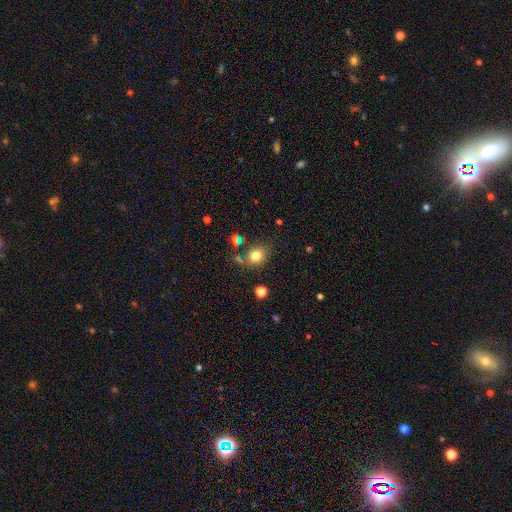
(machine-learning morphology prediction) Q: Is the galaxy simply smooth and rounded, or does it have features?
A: smooth — 79%.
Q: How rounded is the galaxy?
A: round — 59%.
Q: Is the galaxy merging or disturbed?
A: none — 69%.